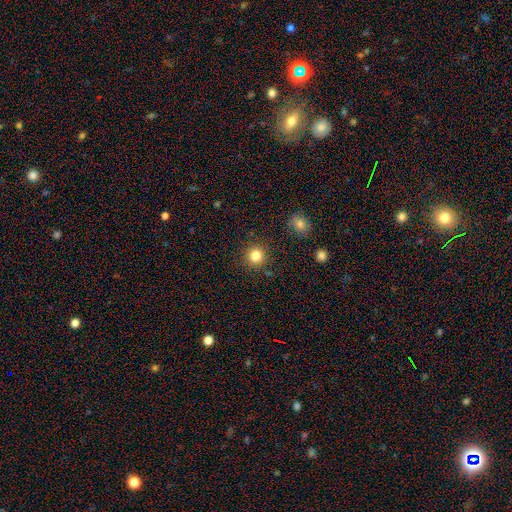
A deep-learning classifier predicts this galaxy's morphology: type=smooth (83%); roundness=round (93%); merging=none (89%).